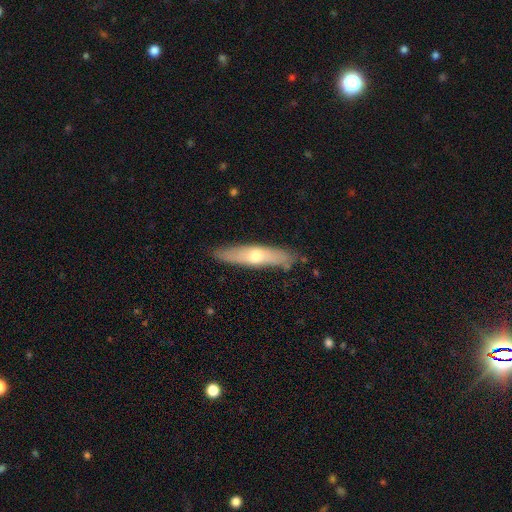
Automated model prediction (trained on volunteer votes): Smooth or featured: featured or disk — 48% (smooth — 46%)
Merging: none — 85% (minor disturbance — 12%)